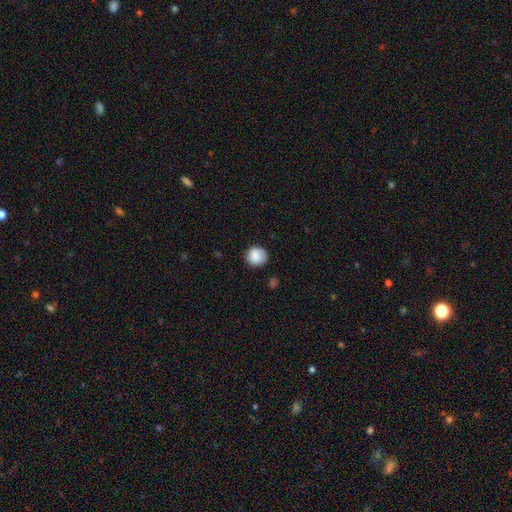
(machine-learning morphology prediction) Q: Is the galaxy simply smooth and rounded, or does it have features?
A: smooth — 86%.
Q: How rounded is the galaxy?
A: round — 89%.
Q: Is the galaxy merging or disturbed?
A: none — 80%.